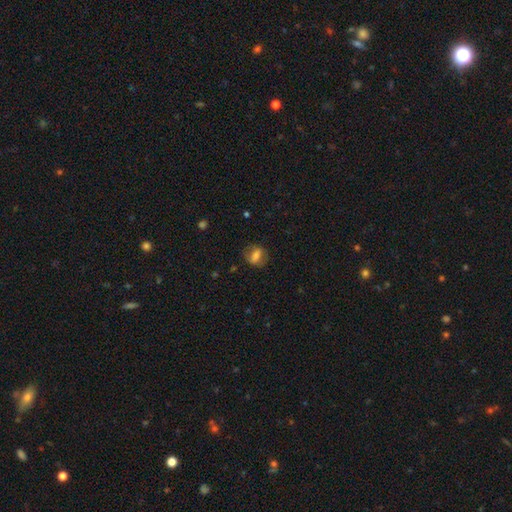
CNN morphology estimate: This is likely a smooth galaxy (61%). How rounded: likely in between (60%). Merging: likely none (72%).